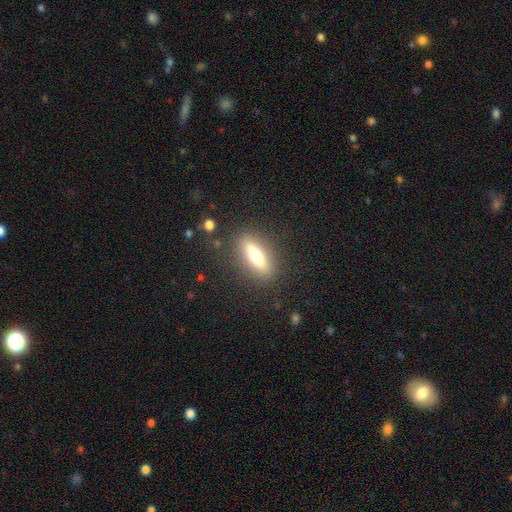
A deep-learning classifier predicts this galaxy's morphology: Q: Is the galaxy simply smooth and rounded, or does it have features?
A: smooth — 51%.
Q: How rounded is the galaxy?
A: cigar-shaped — 57%.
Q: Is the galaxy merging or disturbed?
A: none — 87%.